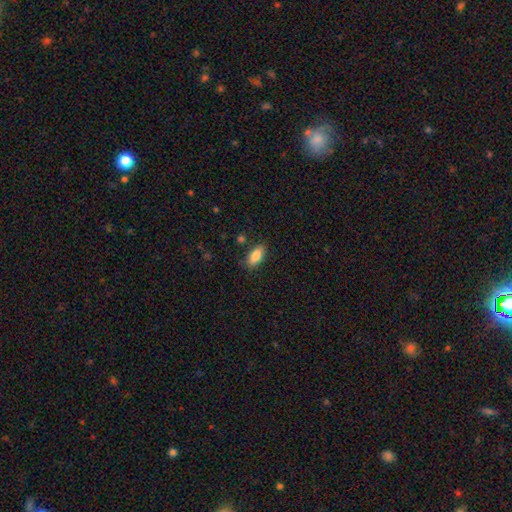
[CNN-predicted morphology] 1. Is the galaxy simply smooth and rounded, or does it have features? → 85% smooth, 8% featured or disk, 7% star or artifact.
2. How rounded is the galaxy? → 85% in between, 13% cigar-shaped, 2% round.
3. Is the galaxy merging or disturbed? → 84% none, 11% minor disturbance, 3% major disturbance, 2% merger.